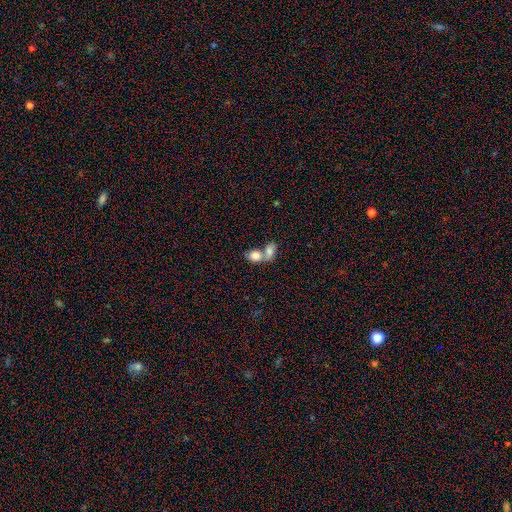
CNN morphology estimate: The model was most divided on "how rounded": in between: 64%, round: 35%, cigar-shaped: 2%. More confident: smooth or featured — smooth (81%); merging — merger (71%).